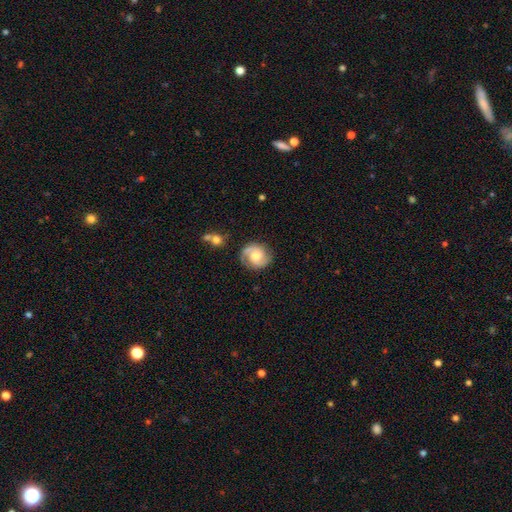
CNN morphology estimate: A featured or disk galaxy (70%) with no bar (63%), 2 (82%) medium (45%) spiral arms (93%) and a moderate central bulge (65%). Merging: none (79%).